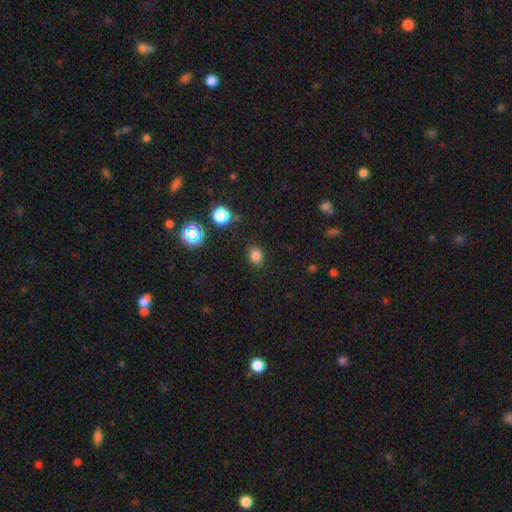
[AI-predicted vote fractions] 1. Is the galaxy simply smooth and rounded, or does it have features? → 80% smooth, 16% star or artifact, 4% featured or disk.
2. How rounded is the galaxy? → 52% round, 47% in between, 1% cigar-shaped.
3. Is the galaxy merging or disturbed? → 85% none, 10% minor disturbance, 3% major disturbance, 2% merger.